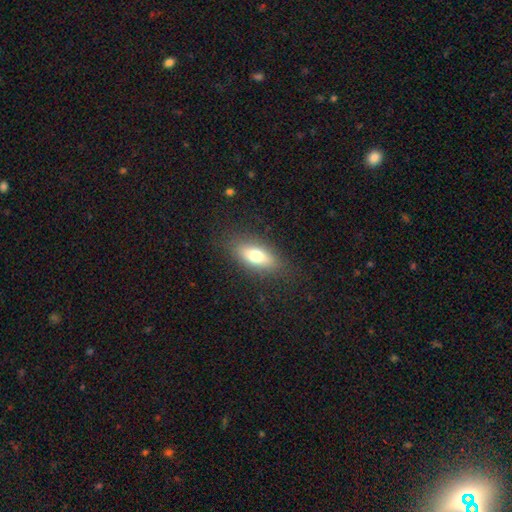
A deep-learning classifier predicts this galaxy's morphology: The model was most divided on "smooth or featured": smooth: 69%, featured or disk: 23%, star or artifact: 8%. More confident: merging — none (84%); how rounded — in between (75%).